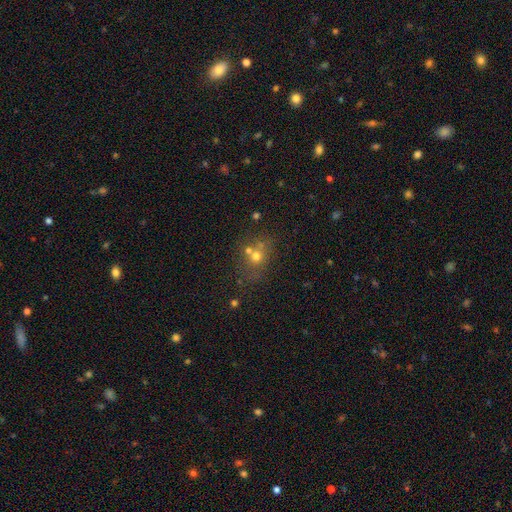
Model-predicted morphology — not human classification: A smooth galaxy with no disk features (60%) that is round (76%). Merging: none (50%).